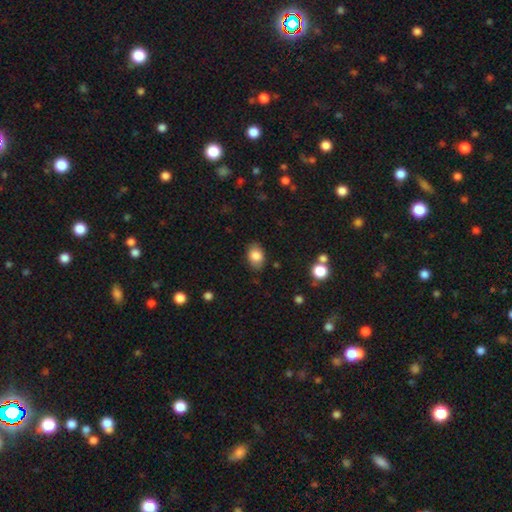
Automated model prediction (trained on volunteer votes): Smooth or featured: smooth — 83% (featured or disk — 9%)
How rounded: in between — 82% (round — 17%)
Merging: none — 81% (minor disturbance — 14%)